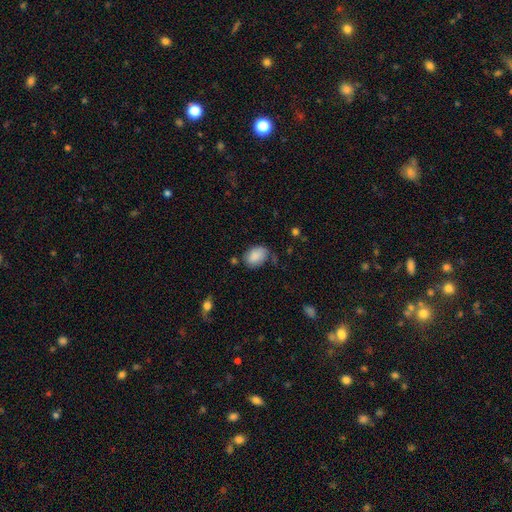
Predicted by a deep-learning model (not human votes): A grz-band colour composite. It shows a smooth galaxy with no disk features (86%) that is in between round and cigar-shaped (82%). Merging: none (62%).